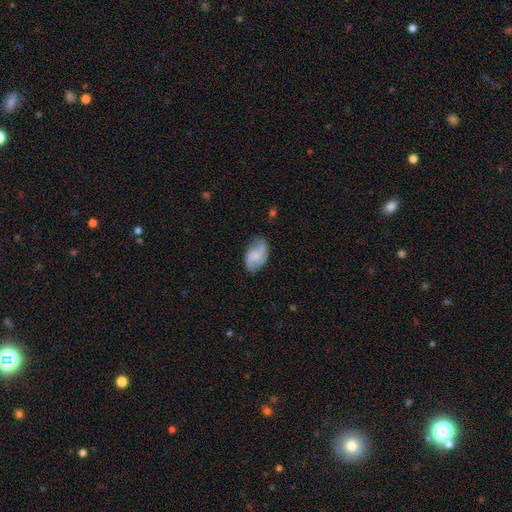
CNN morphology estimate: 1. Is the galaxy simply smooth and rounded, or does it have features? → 48% featured or disk, 45% smooth, 7% star or artifact.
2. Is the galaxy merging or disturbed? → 67% none, 24% minor disturbance, 7% major disturbance, 2% merger.